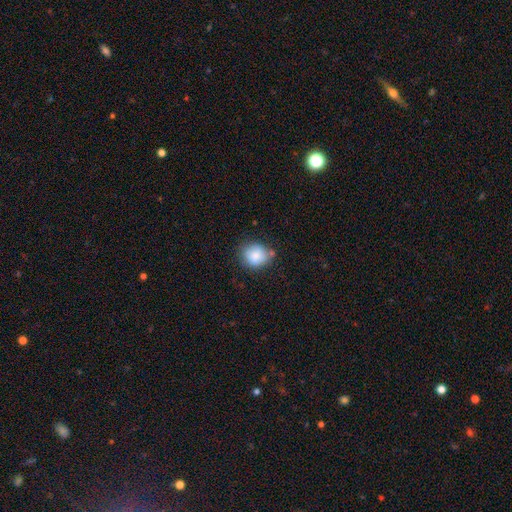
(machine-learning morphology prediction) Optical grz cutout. It shows a smooth galaxy with no disk features (84%) that is round (74%). Merging: none (68%).